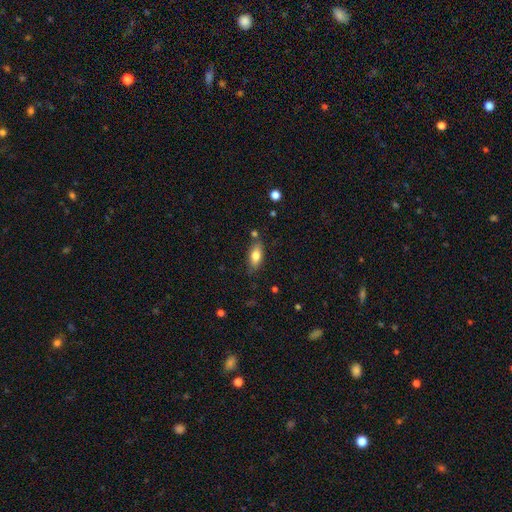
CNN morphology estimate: type=smooth (77%); roundness=in between (83%); merging=none (77%).